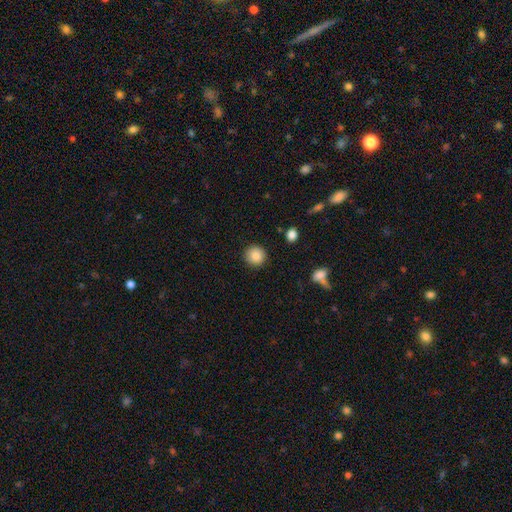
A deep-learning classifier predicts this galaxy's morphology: Smooth or featured? Predicted: smooth (p=0.87). How rounded? Predicted: round (p=0.93). Merging? Predicted: none (p=0.91).